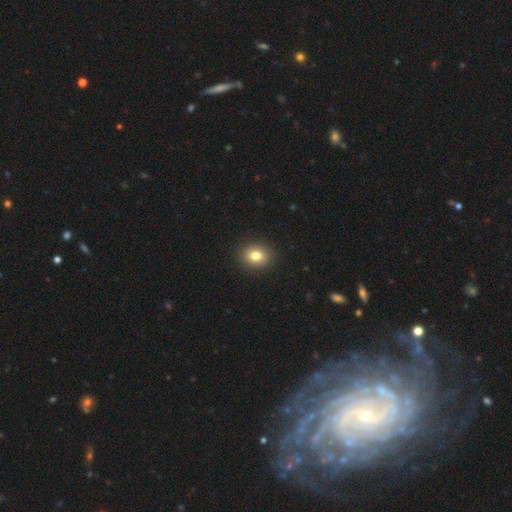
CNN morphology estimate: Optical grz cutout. It shows a smooth galaxy with no disk features (81%) that is round (57%). Merging: none (91%).